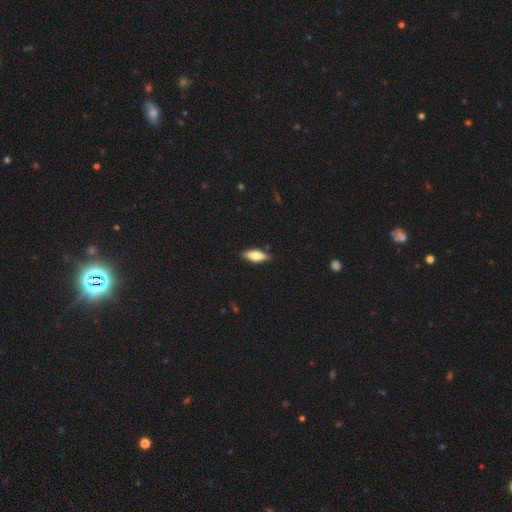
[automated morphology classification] smooth-or-featured: smooth: 70% | featured or disk: 24% | star or artifact: 6%
  how-rounded: in between: 66% | cigar-shaped: 31% | round: 2%
  merging: none: 86% | minor disturbance: 11% | major disturbance: 2% | merger: 1%